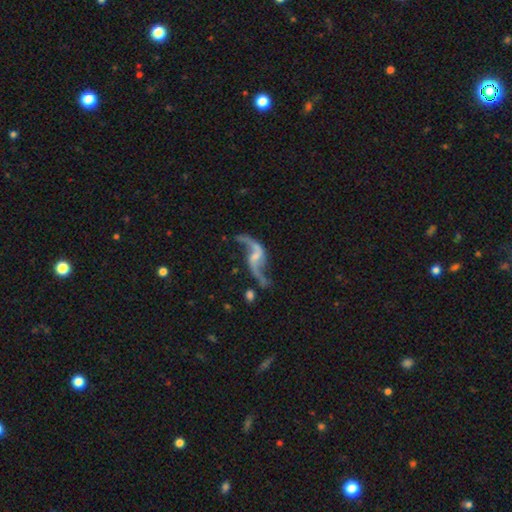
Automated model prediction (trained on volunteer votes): featured or disk 90%, star or artifact 6%, smooth 5%. Down the decision tree: edge-on disk — no (96%); bar — weak (45%); spiral arms — yes (95%); spiral arm count — 2 (93%); spiral winding — loose (93%); bulge size — small (46%); merging — none (64%).